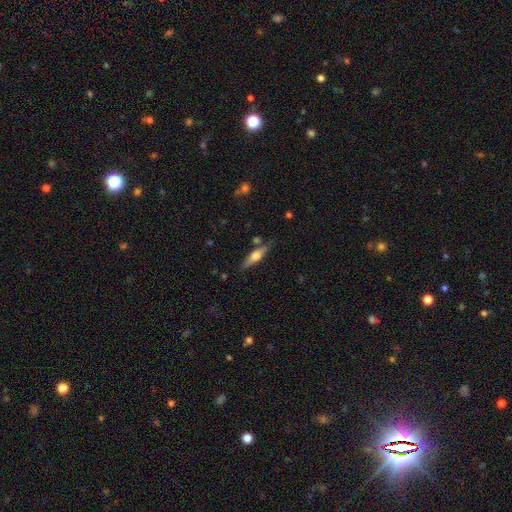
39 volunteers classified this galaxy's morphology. Volunteers were most divided on "smooth or featured": smooth: 59%, featured or disk: 33%, star or artifact: 8%. More confident: how rounded — cigar-shaped (78%); merging — none (72%).